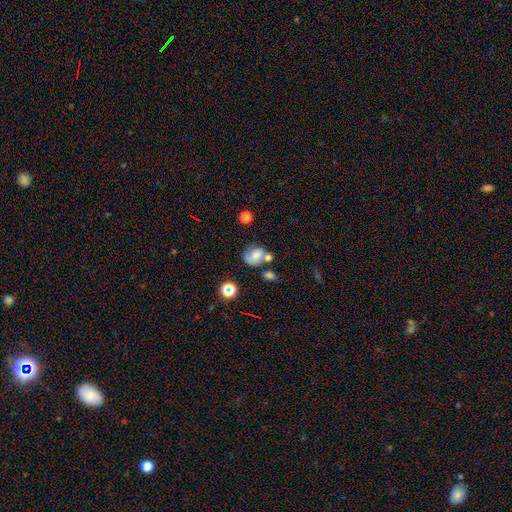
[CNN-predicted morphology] This is possibly a smooth galaxy (57%). How rounded: possibly round (51%). Merging: marginally none (38%).